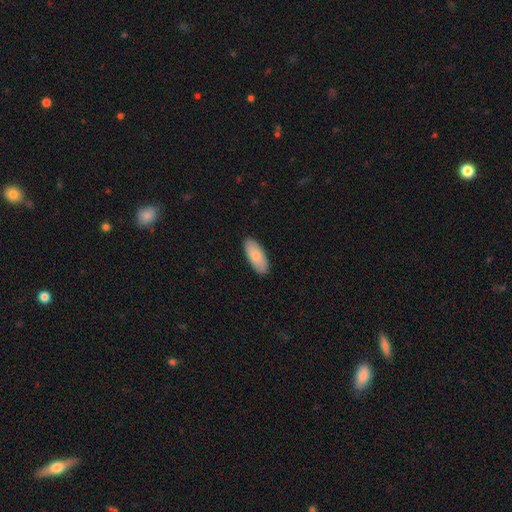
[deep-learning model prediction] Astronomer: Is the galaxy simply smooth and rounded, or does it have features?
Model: smooth — 84%.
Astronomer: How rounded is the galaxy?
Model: in between — 87%.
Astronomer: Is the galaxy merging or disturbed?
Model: none — 89%.